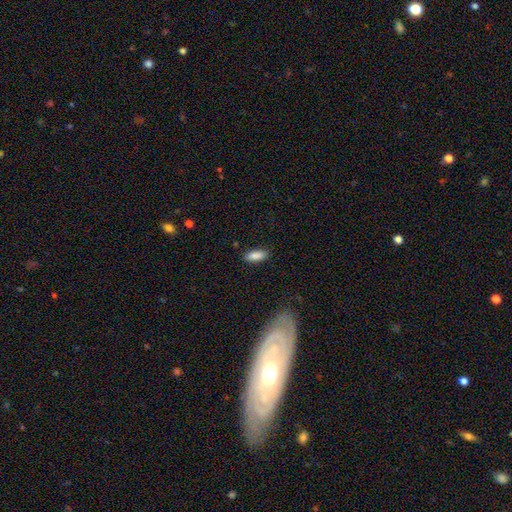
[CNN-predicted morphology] Q: Smooth or featured?
A: smooth (88%); runner-up: star or artifact (7%)
Q: How rounded?
A: in between (79%); runner-up: cigar-shaped (19%)
Q: Merging?
A: none (87%); runner-up: minor disturbance (9%)